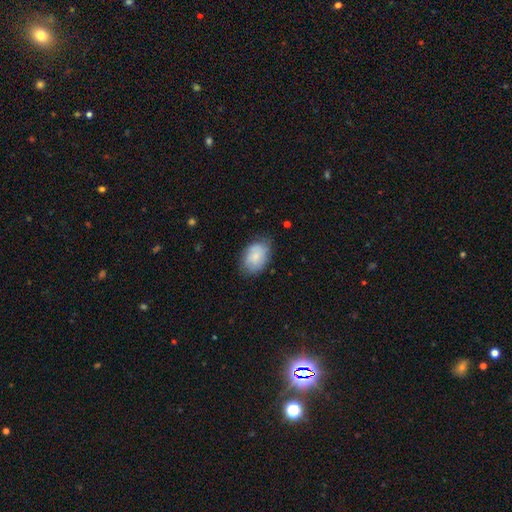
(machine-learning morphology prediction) Q: Smooth or featured?
A: smooth (75%); runner-up: featured or disk (18%)
Q: How rounded?
A: in between (83%); runner-up: round (16%)
Q: Merging?
A: none (72%); runner-up: minor disturbance (22%)